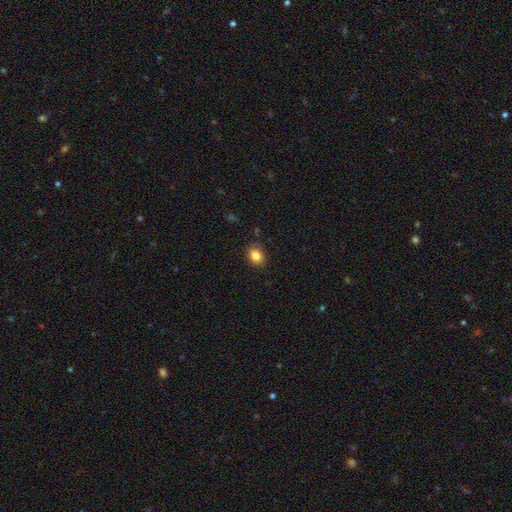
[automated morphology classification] A smooth galaxy with no disk features (84%) that is in between round and cigar-shaped (57%). Merging: none (83%).